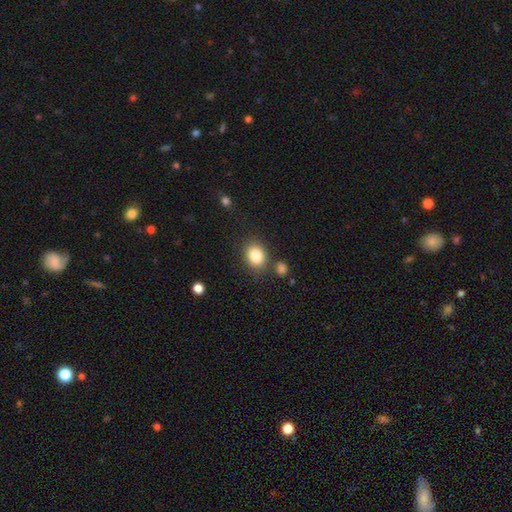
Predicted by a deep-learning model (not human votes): Smooth or featured? smooth (84%)
How rounded? in between (53%)
Merging? none (77%)